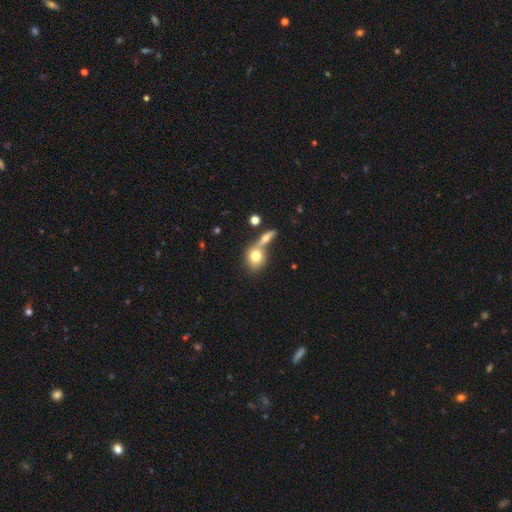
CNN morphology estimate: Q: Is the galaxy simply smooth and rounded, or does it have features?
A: smooth — 76%.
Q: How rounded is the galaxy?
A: round — 64%.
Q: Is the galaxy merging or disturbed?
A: merger — 47%.